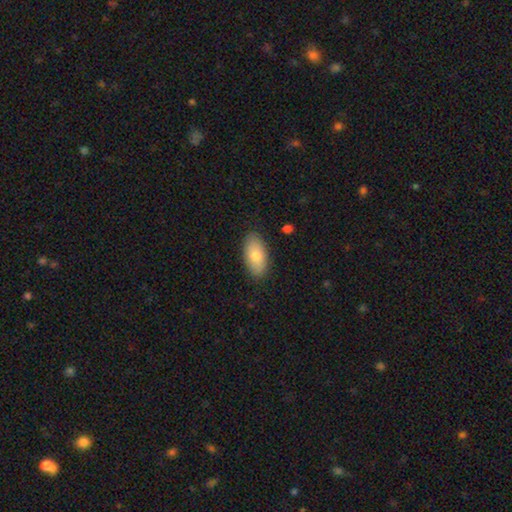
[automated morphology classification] The model was most divided on "smooth or featured": smooth: 78%, featured or disk: 15%, star or artifact: 6%. More confident: how rounded — in between (93%); merging — none (86%).